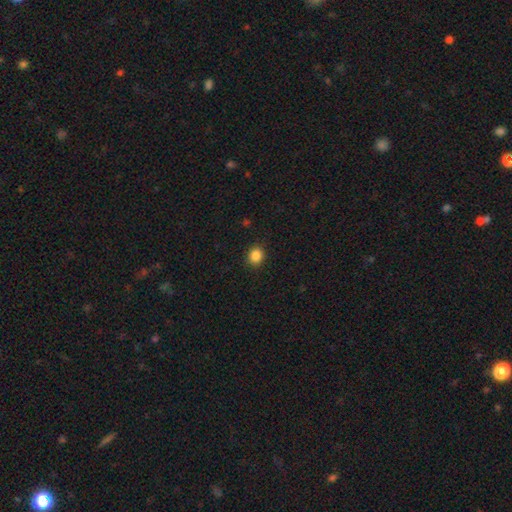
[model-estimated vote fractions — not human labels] This appears to be a smooth galaxy with no disk features (86%) that is round (78%). Merging: none (90%).